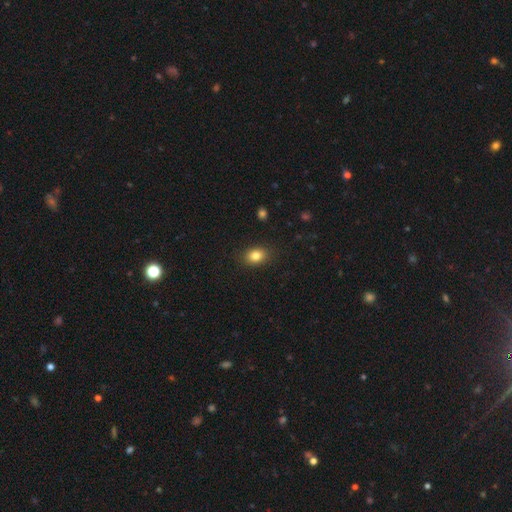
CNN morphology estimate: Overall: smooth (83%). How rounded: in between (68%; round 30%). Merging: none (87%).